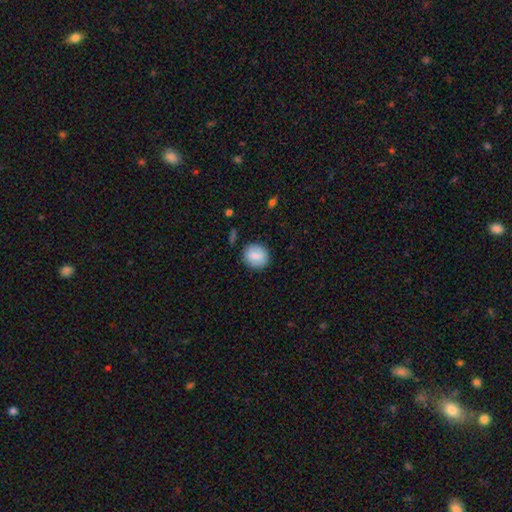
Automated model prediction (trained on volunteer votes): Smooth or featured? smooth (82%)
How rounded? round (77%)
Merging? none (86%)